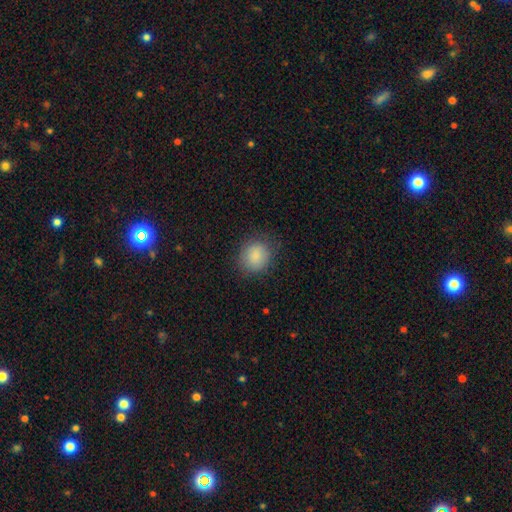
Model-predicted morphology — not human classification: smooth 87%, star or artifact 8%, featured or disk 5%. Down the decision tree: how rounded — round (80%); merging — none (82%).